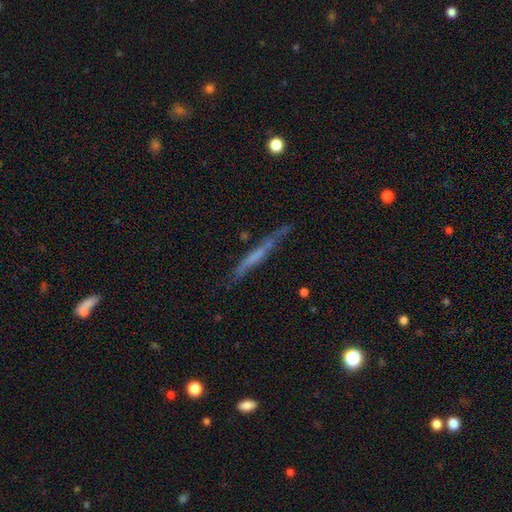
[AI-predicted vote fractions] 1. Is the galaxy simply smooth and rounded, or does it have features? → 52% featured or disk, 39% smooth, 9% star or artifact.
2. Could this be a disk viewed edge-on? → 87% yes, 13% no.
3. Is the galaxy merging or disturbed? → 70% none, 20% minor disturbance, 7% major disturbance, 3% merger.